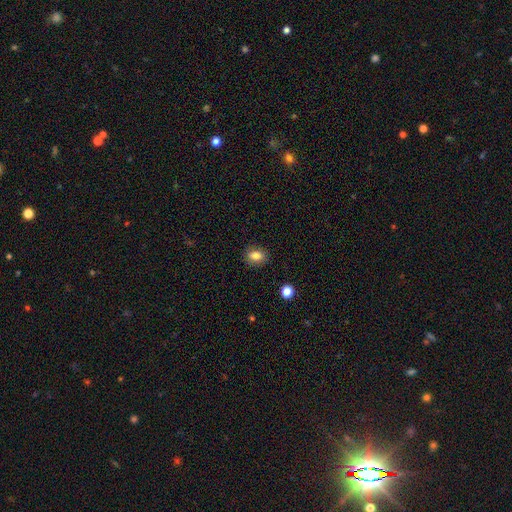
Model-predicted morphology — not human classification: Smooth or featured?
  - smooth: 83% *
  - star or artifact: 10%
  - featured or disk: 7%
How rounded?
  - in between: 64% *
  - round: 35%
  - cigar-shaped: 2%
Merging?
  - none: 87% *
  - minor disturbance: 9%
  - major disturbance: 2%
  - merger: 1%